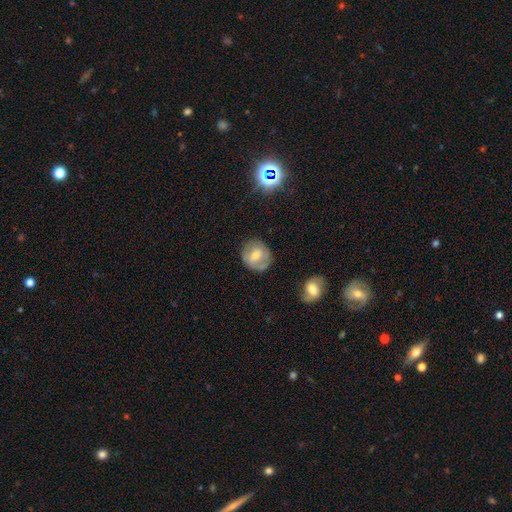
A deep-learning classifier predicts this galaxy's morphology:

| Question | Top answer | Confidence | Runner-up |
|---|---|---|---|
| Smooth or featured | featured or disk | 51% | smooth (42%) |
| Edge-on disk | no | 96% | yes (4%) |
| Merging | none | 72% | minor disturbance (19%) |